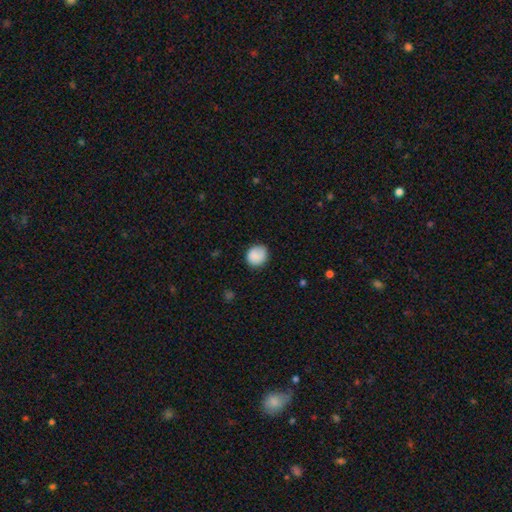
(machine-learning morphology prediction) A smooth galaxy with no disk features (86%) that is round (82%).

Vote fractions:
- Smooth or featured? smooth: 86% / star or artifact: 8% / featured or disk: 6%
- How rounded? round: 82% / in between: 17% / cigar-shaped: 1%
- Merging? none: 79% / minor disturbance: 16% / major disturbance: 4% / merger: 1%